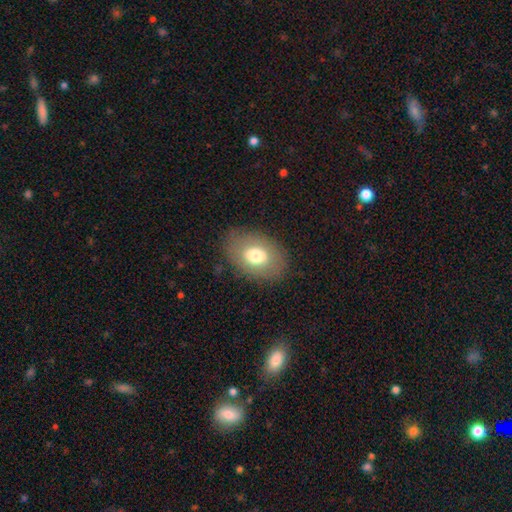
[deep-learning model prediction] Morphology: type=smooth (70%); roundness=in between (81%); merging=none (82%).